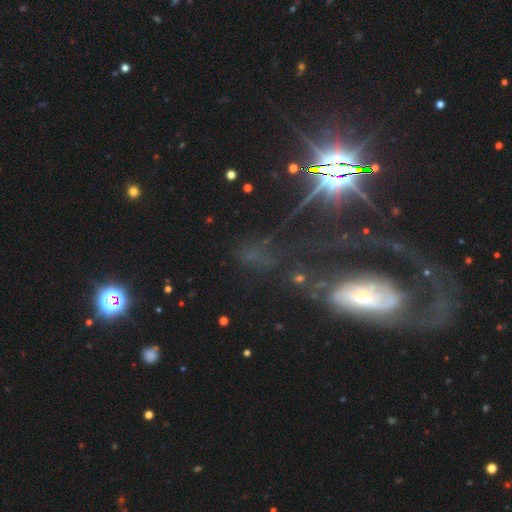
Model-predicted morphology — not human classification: This appears to be a star or artifact, not a galaxy (54%).